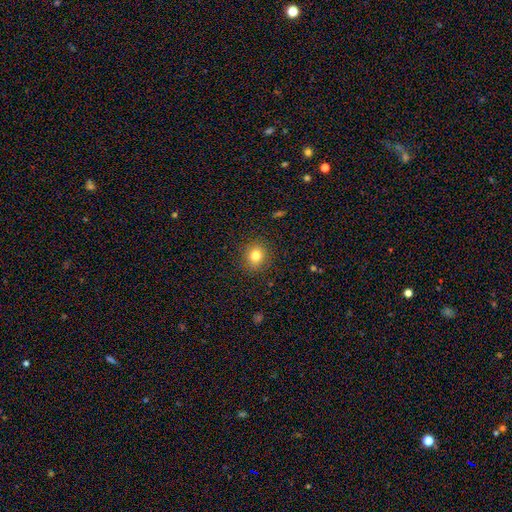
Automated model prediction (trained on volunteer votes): A smooth galaxy with no disk features (81%) that is round (79%).

Vote fractions:
- Smooth or featured? smooth: 81% / star or artifact: 12% / featured or disk: 7%
- How rounded? round: 79% / in between: 20% / cigar-shaped: 1%
- Merging? none: 89% / minor disturbance: 8% / major disturbance: 2% / merger: 1%